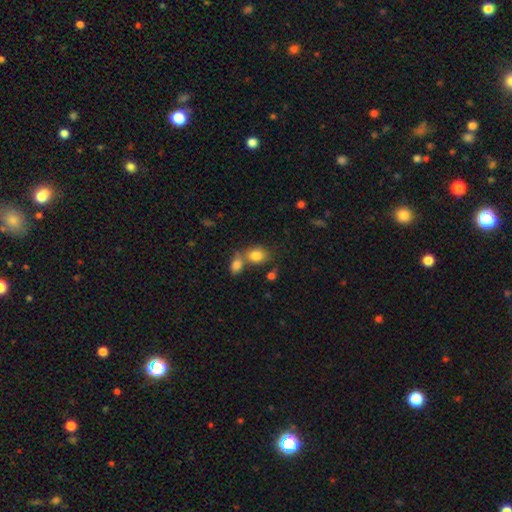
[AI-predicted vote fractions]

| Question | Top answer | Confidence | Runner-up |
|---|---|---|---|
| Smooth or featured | smooth | 83% | star or artifact (9%) |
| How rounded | in between | 62% | round (37%) |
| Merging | none | 43% | merger (41%) |